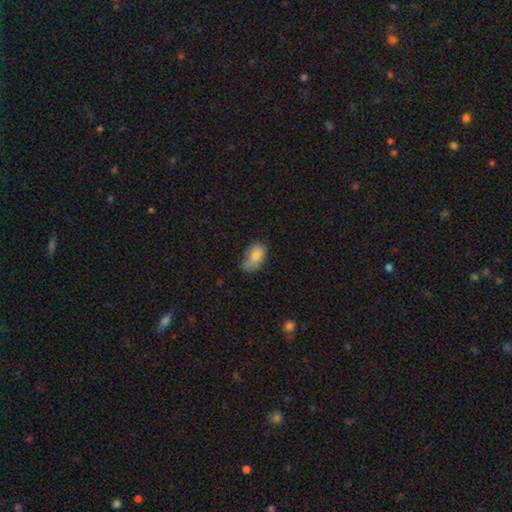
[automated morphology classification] This is clearly a smooth galaxy (81%). How rounded: clearly in between (90%). Merging: marginally none (42%).